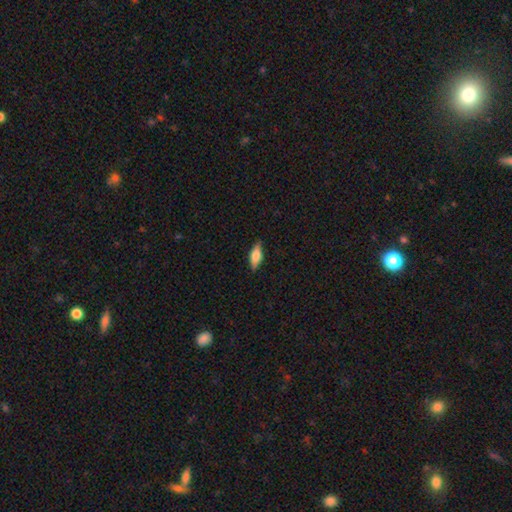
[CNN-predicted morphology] smooth_or_featured: smooth (p=0.56) [alt: featured or disk p=0.37]
how_rounded: in between (p=0.63) [alt: cigar-shaped p=0.33]
merging: none (p=0.86) [alt: minor disturbance p=0.11]